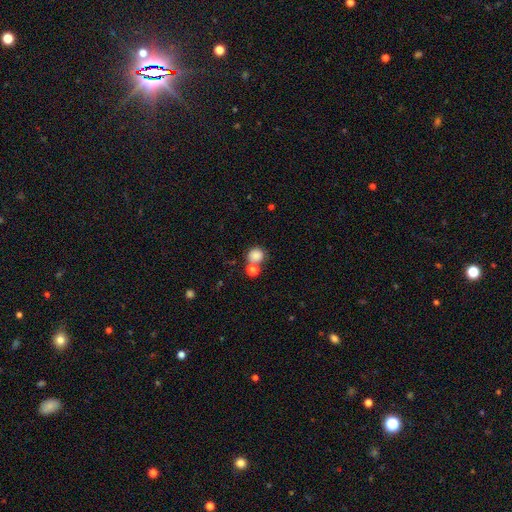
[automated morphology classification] A smooth galaxy with no disk features (83%) that is round (86%).

Vote fractions:
- Smooth or featured? smooth: 83% / star or artifact: 11% / featured or disk: 6%
- How rounded? round: 86% / in between: 13% / cigar-shaped: 1%
- Merging? none: 61% / merger: 25% / minor disturbance: 10% / major disturbance: 4%